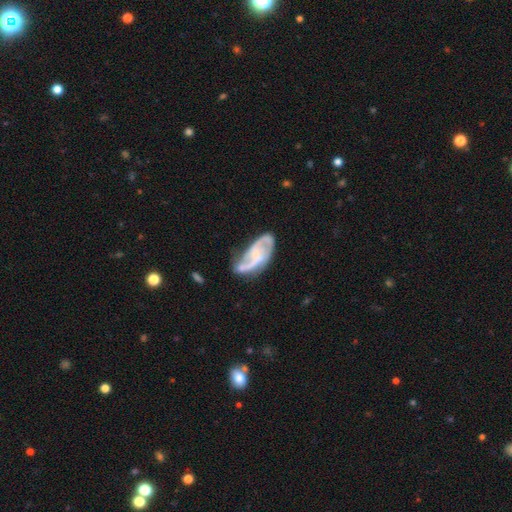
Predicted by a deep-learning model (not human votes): Smooth or featured? Predicted: featured or disk (p=0.75). Edge-on disk? Predicted: no (p=0.95). Bar? Predicted: no (p=0.54). Spiral arms? Predicted: yes (p=0.86). Spiral winding? Predicted: loose (p=0.43). Spiral arm count? Predicted: 2 (p=0.66). Bulge size? Predicted: small (p=0.43). Merging? Predicted: none (p=0.43).